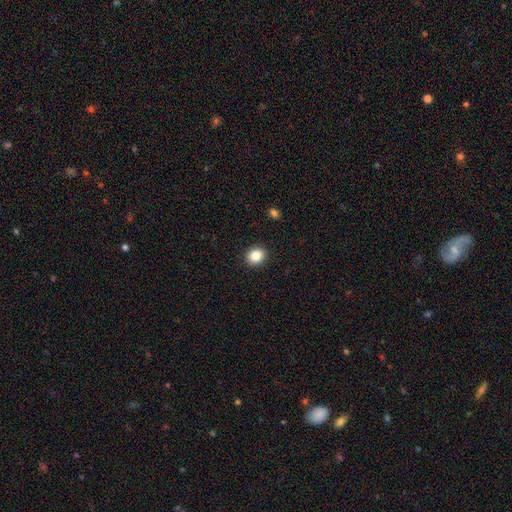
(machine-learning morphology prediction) Smooth or featured?
  - smooth: 85% *
  - star or artifact: 10%
  - featured or disk: 5%
How rounded?
  - round: 69% *
  - in between: 31%
  - cigar-shaped: 1%
Merging?
  - none: 92% *
  - minor disturbance: 6%
  - major disturbance: 2%
  - merger: 1%